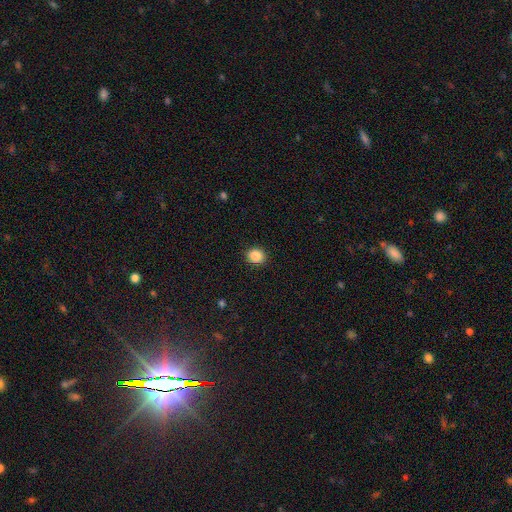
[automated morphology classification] smooth_or_featured: smooth (p=0.87) [alt: star or artifact p=0.09]
how_rounded: round (p=0.74) [alt: in between p=0.25]
merging: none (p=0.90) [alt: minor disturbance p=0.07]